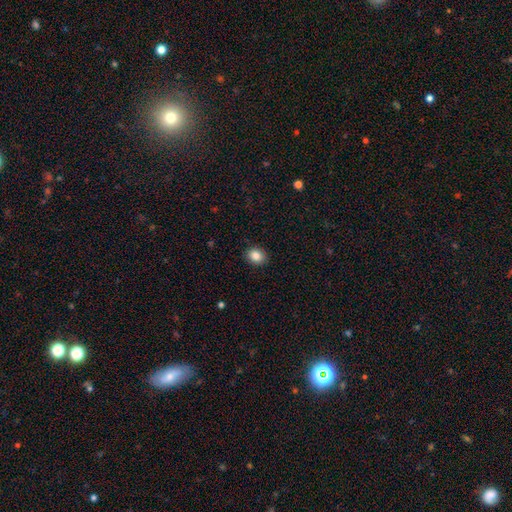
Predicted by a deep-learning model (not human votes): Smooth or featured? Predicted: smooth (p=0.86). How rounded? Predicted: round (p=0.55). Merging? Predicted: none (p=0.89).